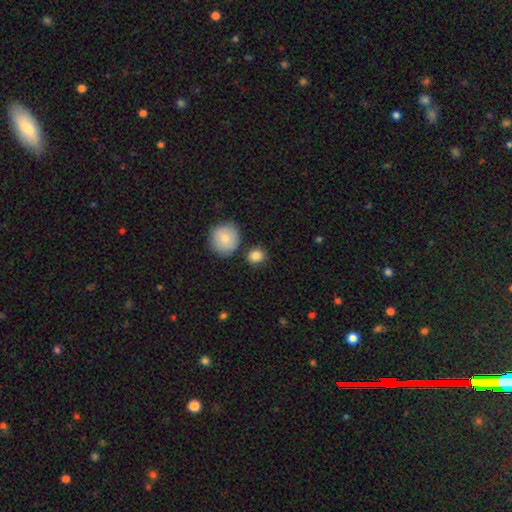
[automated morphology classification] type=smooth (85%); roundness=round (77%); merging=none (79%).